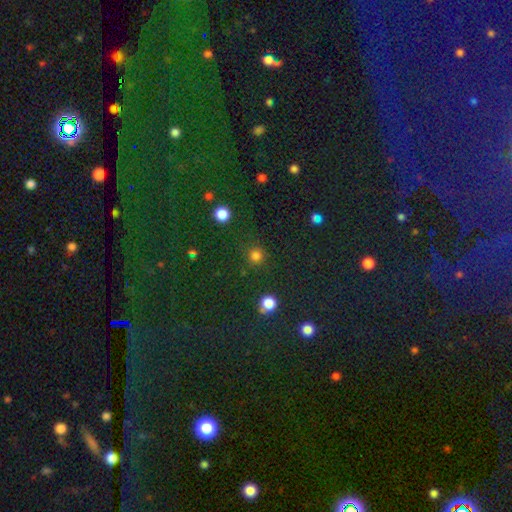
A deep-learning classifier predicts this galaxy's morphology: This is likely a smooth galaxy (78%). How rounded: clearly round (93%). Merging: clearly none (86%).